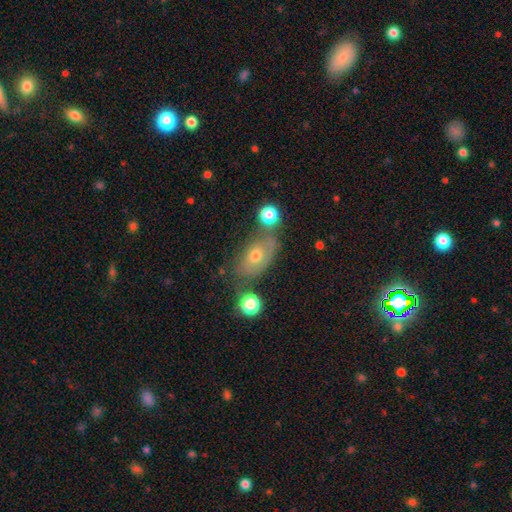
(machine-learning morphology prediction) Overall: featured or disk (45%; smooth 40%). Merging: none (55%; minor disturbance 21%).